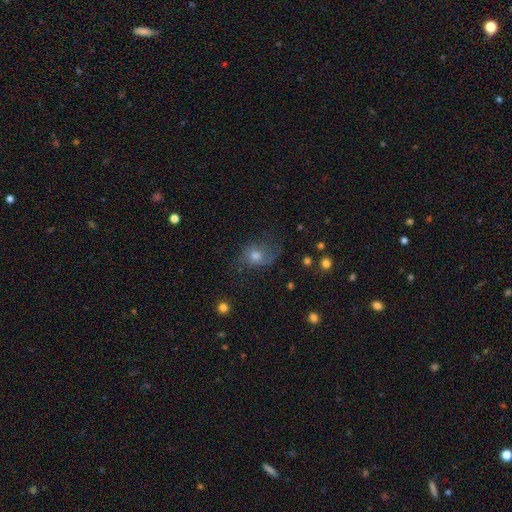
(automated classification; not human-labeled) A smooth galaxy with no disk features (55%) that is round (56%).

Vote fractions:
- Smooth or featured? smooth: 55% / featured or disk: 29% / star or artifact: 17%
- How rounded? round: 56% / in between: 43% / cigar-shaped: 1%
- Merging? none: 51% / minor disturbance: 24% / major disturbance: 23% / merger: 2%